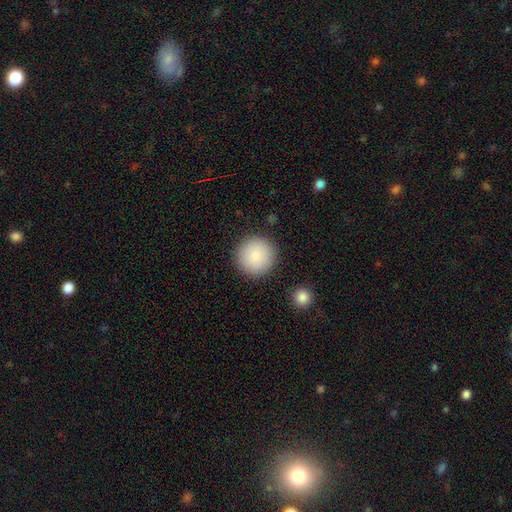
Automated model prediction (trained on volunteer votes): A smooth galaxy with no disk features (87%) that is round (96%). Merging: none (90%).